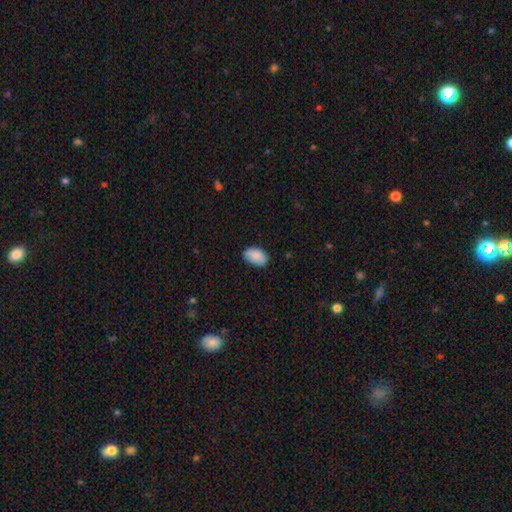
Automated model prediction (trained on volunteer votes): The model was most divided on "merging": none: 78%, minor disturbance: 18%, major disturbance: 3%, merger: 2%. More confident: how rounded — in between (91%); smooth or featured — smooth (83%).